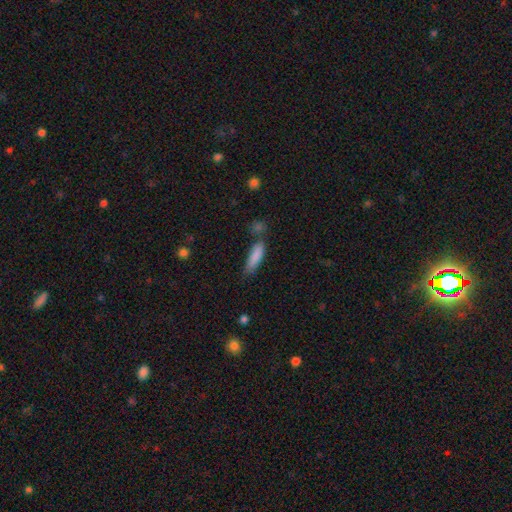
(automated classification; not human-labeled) smooth 85%, featured or disk 8%, star or artifact 7%. Down the decision tree: how rounded — cigar-shaped (59%); merging — none (62%).